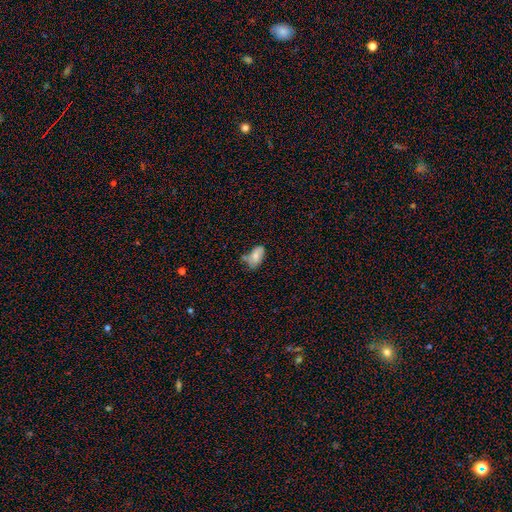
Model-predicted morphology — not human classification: smooth-or-featured: smooth: 72% | featured or disk: 20% | star or artifact: 8%
  how-rounded: in between: 93% | round: 5% | cigar-shaped: 3%
  merging: none: 46% | minor disturbance: 33% | merger: 12% | major disturbance: 9%